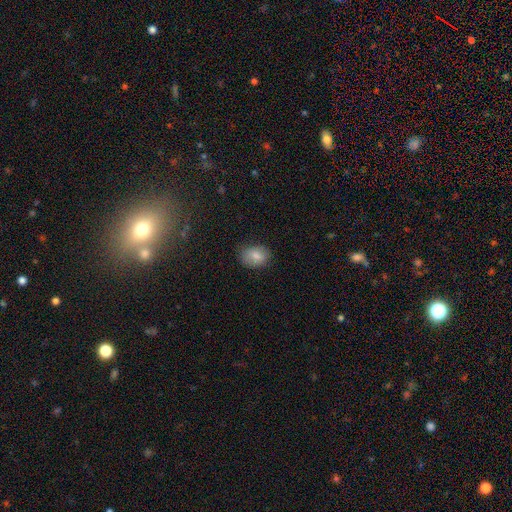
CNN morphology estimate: A smooth galaxy with no disk features (81%) that is in between round and cigar-shaped (69%).

Vote fractions:
- Smooth or featured? smooth: 81% / featured or disk: 11% / star or artifact: 8%
- How rounded? in between: 69% / round: 30% / cigar-shaped: 1%
- Merging? none: 78% / minor disturbance: 17% / major disturbance: 4% / merger: 1%